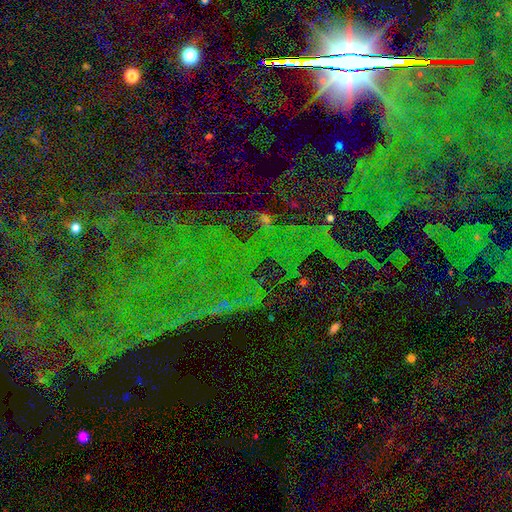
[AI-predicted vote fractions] star or artifact 84%, featured or disk 9%, smooth 7%.